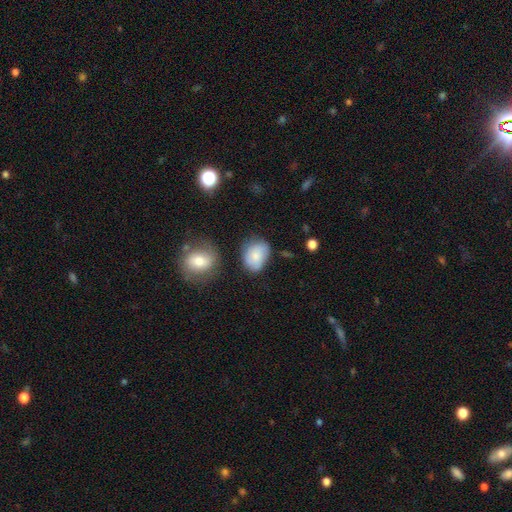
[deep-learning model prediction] This appears to be a smooth galaxy with no disk features (77%) that is in between round and cigar-shaped (66%). Merging: none (59%).